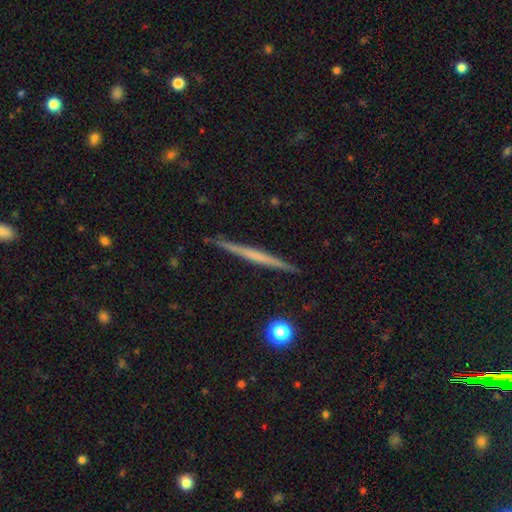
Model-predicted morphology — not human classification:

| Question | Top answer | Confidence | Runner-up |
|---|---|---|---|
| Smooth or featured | featured or disk | 59% | smooth (36%) |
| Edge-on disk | yes | 98% | no (2%) |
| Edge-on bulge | none | 84% | rounded (10%) |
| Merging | none | 92% | minor disturbance (6%) |